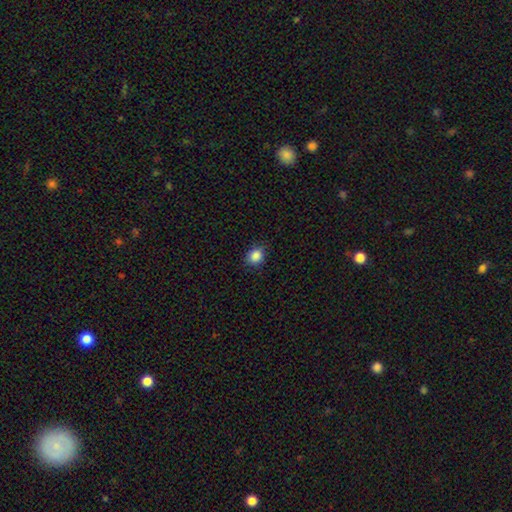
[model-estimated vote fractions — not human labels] Smooth or featured? Predicted: smooth (p=0.87). How rounded? Predicted: round (p=0.71). Merging? Predicted: none (p=0.85).